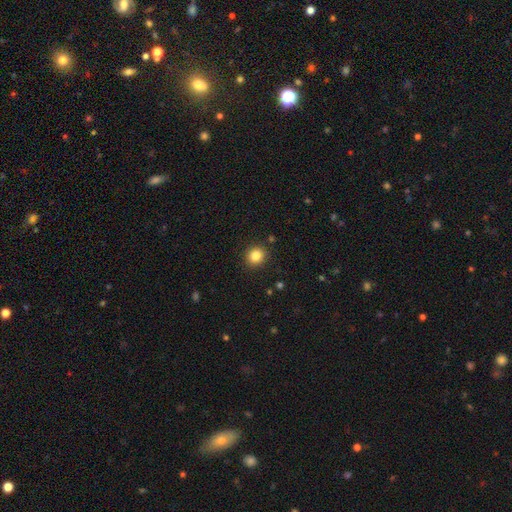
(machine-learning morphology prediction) A smooth galaxy with no disk features (83%) that is round (86%).

Vote fractions:
- Smooth or featured? smooth: 83% / star or artifact: 11% / featured or disk: 6%
- How rounded? round: 86% / in between: 13% / cigar-shaped: 1%
- Merging? none: 91% / minor disturbance: 6% / major disturbance: 2% / merger: 1%